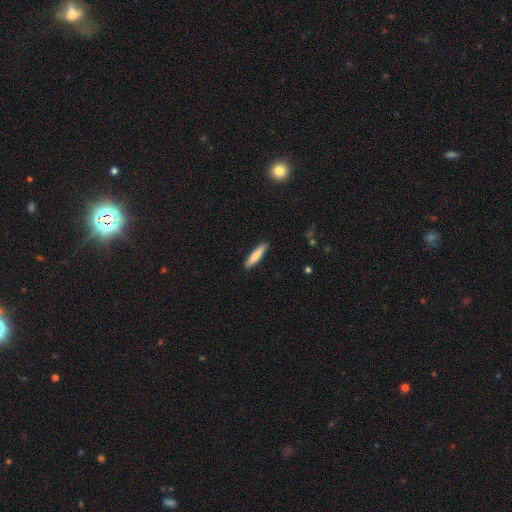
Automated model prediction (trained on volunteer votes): This appears to be a smooth galaxy with no disk features (80%) that is cigar-shaped (86%). Merging: none (88%).